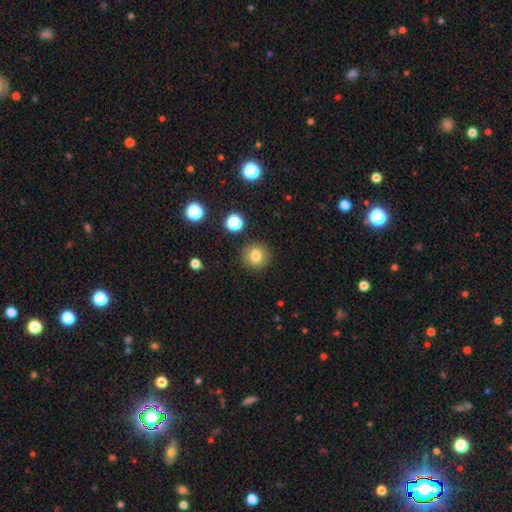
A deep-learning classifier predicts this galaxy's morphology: type=smooth (80%); roundness=round (88%); merging=none (88%).